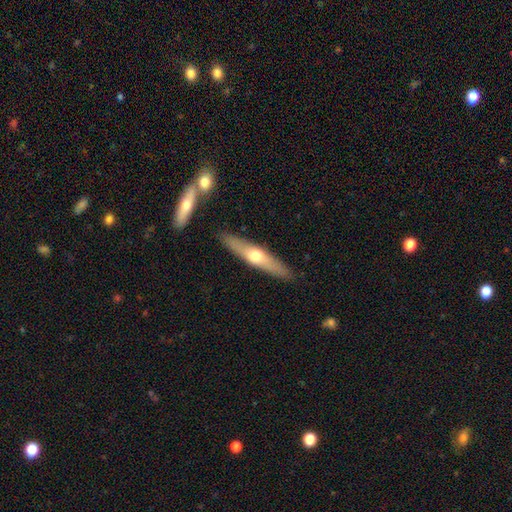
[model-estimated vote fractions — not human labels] Q: Smooth or featured?
A: featured or disk (50%); runner-up: smooth (44%)
Q: Edge-on disk?
A: yes (88%); runner-up: no (12%)
Q: Merging?
A: none (89%); runner-up: minor disturbance (8%)